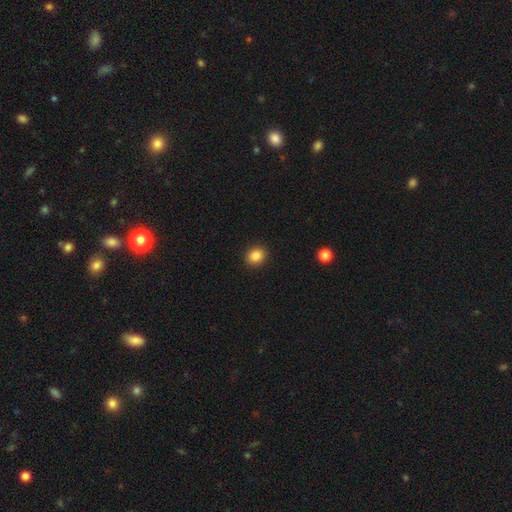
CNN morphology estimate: smooth-or-featured: smooth: 86% | star or artifact: 10% | featured or disk: 4%
  how-rounded: round: 73% | in between: 26% | cigar-shaped: 1%
  merging: none: 91% | minor disturbance: 6% | major disturbance: 2% | merger: 1%